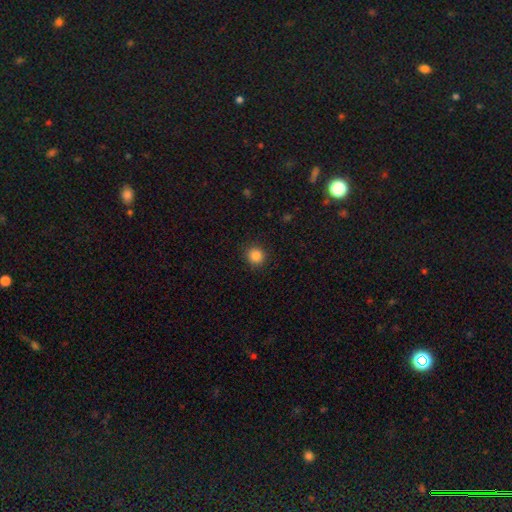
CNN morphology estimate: smooth_or_featured: smooth (p=0.86) [alt: star or artifact p=0.11]
how_rounded: round (p=0.92) [alt: in between p=0.07]
merging: none (p=0.91) [alt: minor disturbance p=0.06]